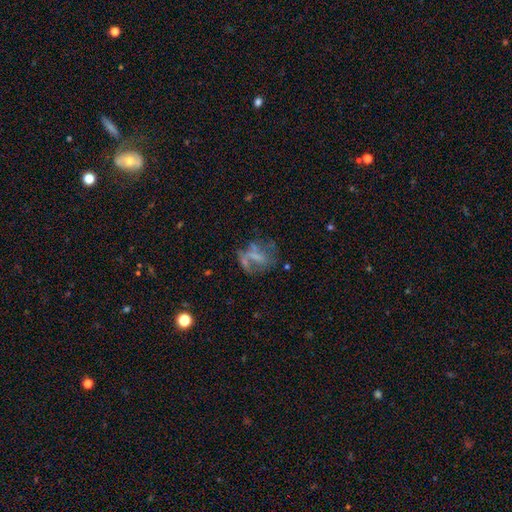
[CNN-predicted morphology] A featured or disk galaxy (50%). Merging: none (37%).